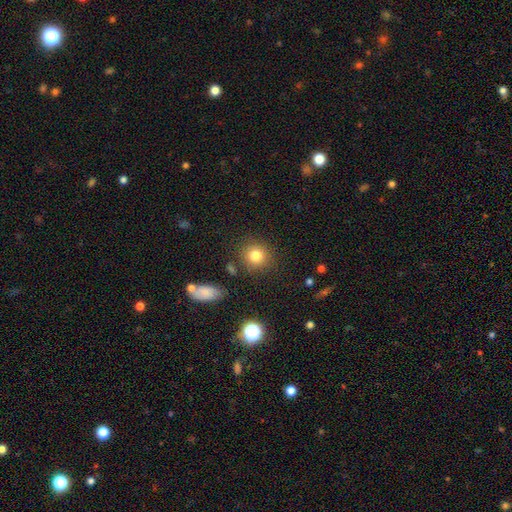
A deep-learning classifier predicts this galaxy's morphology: Smooth or featured? smooth (81%)
How rounded? round (88%)
Merging? none (84%)